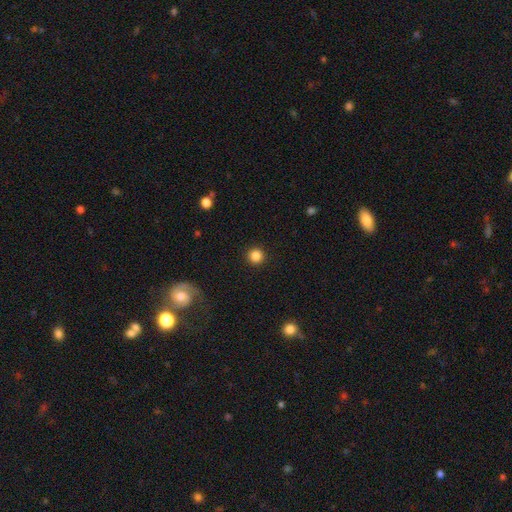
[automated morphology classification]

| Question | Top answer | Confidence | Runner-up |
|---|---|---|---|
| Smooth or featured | smooth | 86% | star or artifact (11%) |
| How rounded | round | 96% | in between (3%) |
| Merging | none | 93% | minor disturbance (4%) |